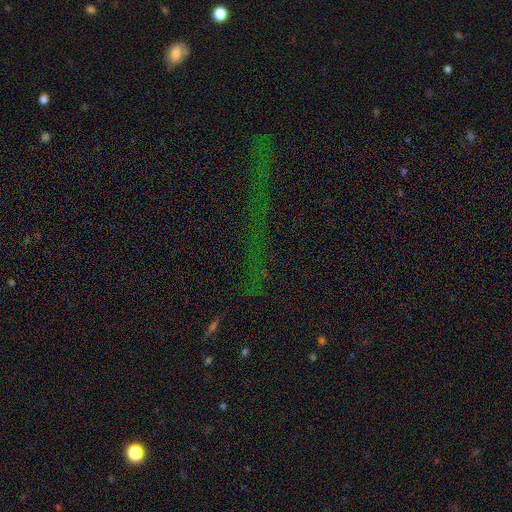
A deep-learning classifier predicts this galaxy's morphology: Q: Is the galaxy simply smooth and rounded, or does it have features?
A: star or artifact — 74%.